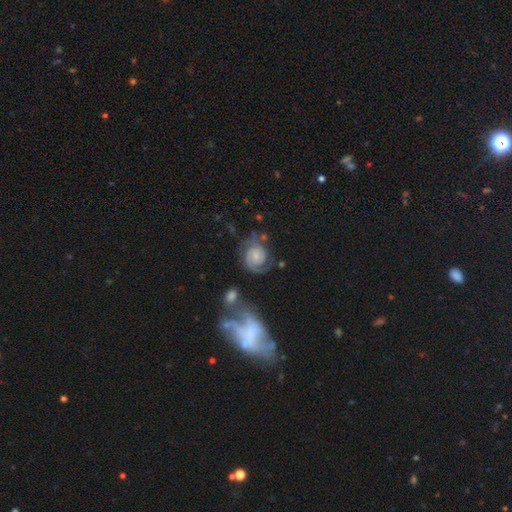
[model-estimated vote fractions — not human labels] A featured or disk galaxy (76%) with no bar (68%), 2 (66%) tight (55%) spiral arms (95%) and a small central bulge (60%).

Vote fractions:
- Smooth or featured? featured or disk: 76% / smooth: 17% / star or artifact: 7%
- Edge-on disk? no: 98% / yes: 2%
- Bar? no: 68% / weak: 27% / strong: 5%
- Spiral arms? yes: 95% / no: 5%
- Spiral winding? tight: 55% / medium: 35% / loose: 11%
- Spiral arm count? 2: 66% / can't tell: 12% / 1: 11% / 3: 7% / 4: 2% / more than 4: 2%
- Bulge size? small: 60% / moderate: 27% / none: 8% / large: 4% / dominant: 1%
- Merging? none: 55% / minor disturbance: 20% / major disturbance: 16% / merger: 9%